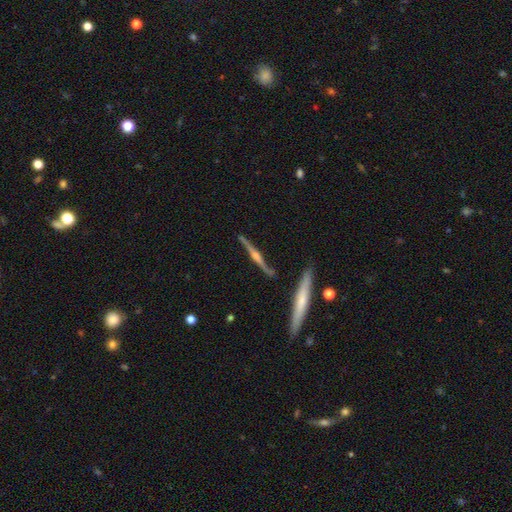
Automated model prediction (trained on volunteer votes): smooth_or_featured: featured or disk (p=0.81) [alt: smooth p=0.13]
disk_edge_on: yes (p=0.97) [alt: no p=0.03]
edge_on_bulge: rounded (p=0.84) [alt: none p=0.09]
merging: none (p=0.84) [alt: minor disturbance p=0.10]